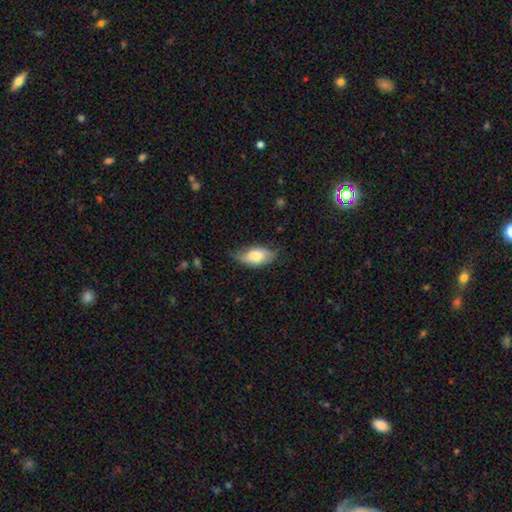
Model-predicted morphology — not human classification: Smooth or featured: smooth — 69% (featured or disk — 25%)
How rounded: in between — 91% (cigar-shaped — 5%)
Merging: none — 57% (minor disturbance — 34%)